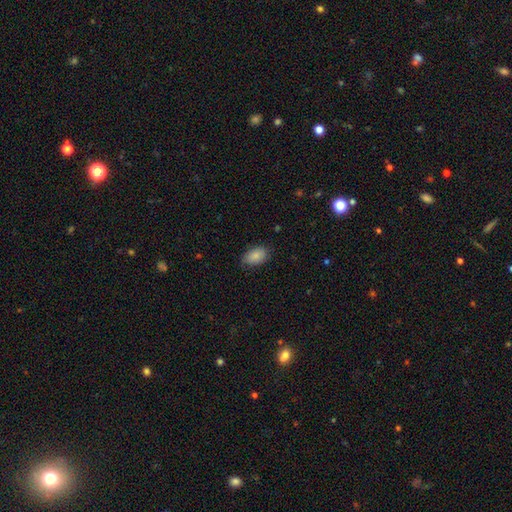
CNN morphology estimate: smooth-or-featured: smooth: 87% | star or artifact: 7% | featured or disk: 6%
  how-rounded: in between: 91% | round: 7% | cigar-shaped: 1%
  merging: none: 80% | minor disturbance: 16% | major disturbance: 3% | merger: 1%